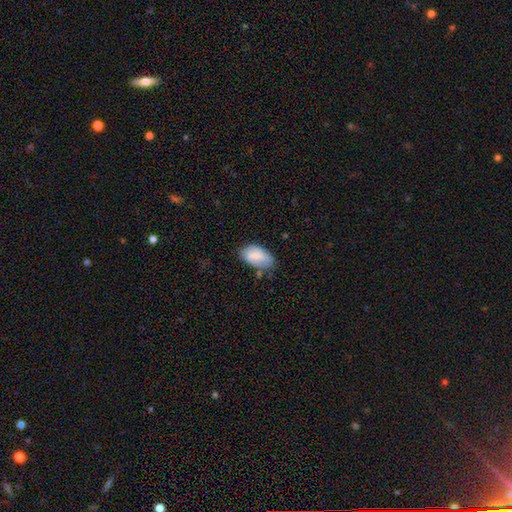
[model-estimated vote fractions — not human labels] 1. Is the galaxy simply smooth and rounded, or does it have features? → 76% smooth, 17% featured or disk, 7% star or artifact.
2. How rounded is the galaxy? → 93% in between, 5% round, 2% cigar-shaped.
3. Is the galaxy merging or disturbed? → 54% none, 33% minor disturbance, 8% major disturbance, 4% merger.